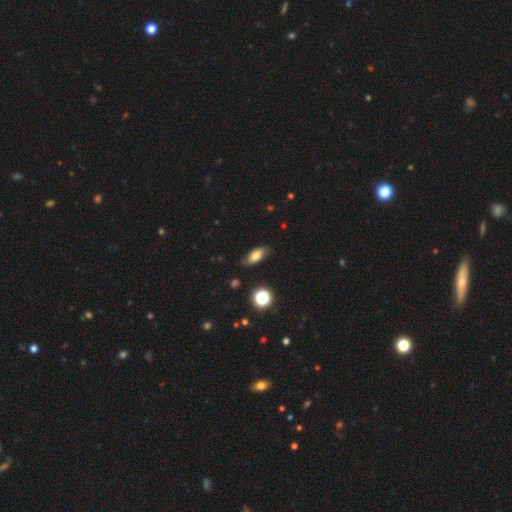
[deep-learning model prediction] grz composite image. It shows a smooth galaxy with no disk features (71%) that is in between round and cigar-shaped (83%). Merging: none (76%).